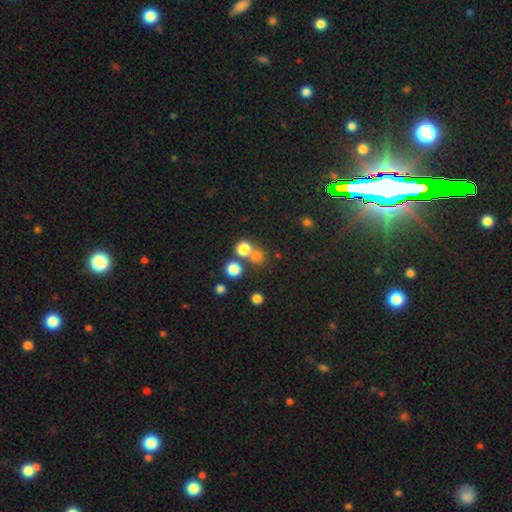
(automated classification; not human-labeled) Smooth or featured?
  - smooth: 72% *
  - star or artifact: 21%
  - featured or disk: 7%
How rounded?
  - round: 87% *
  - in between: 12%
  - cigar-shaped: 1%
Merging?
  - none: 61% *
  - merger: 28%
  - minor disturbance: 7%
  - major disturbance: 4%